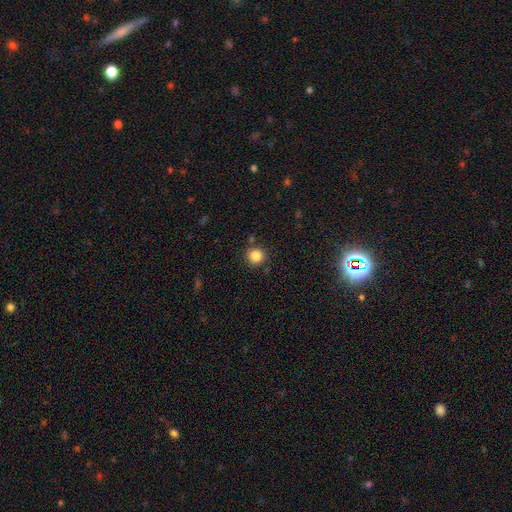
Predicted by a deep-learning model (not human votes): A smooth galaxy with no disk features (85%) that is round (94%). Merging: none (85%).